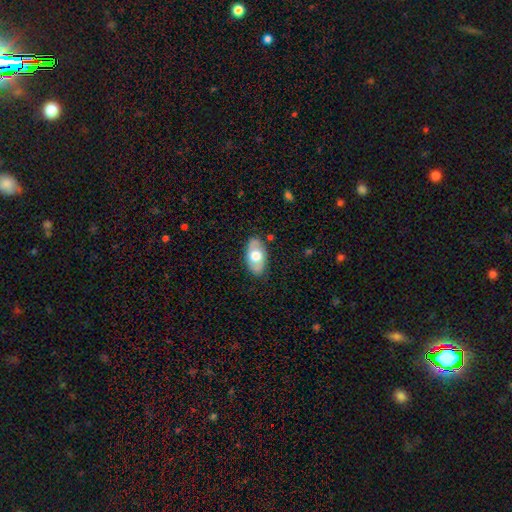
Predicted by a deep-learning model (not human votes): smooth_or_featured: smooth (p=0.56) [alt: featured or disk p=0.38]
how_rounded: in between (p=0.93) [alt: round p=0.05]
merging: none (p=0.81) [alt: minor disturbance p=0.14]